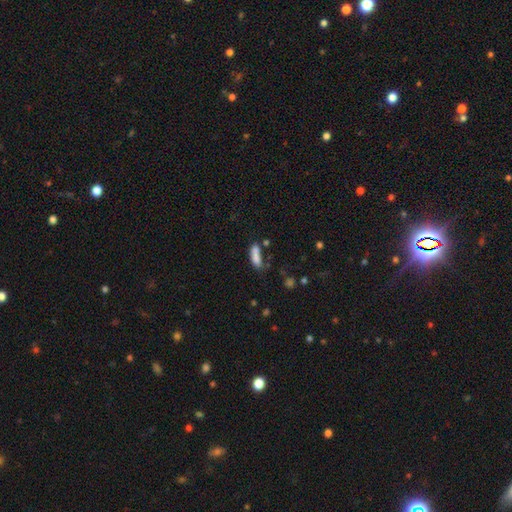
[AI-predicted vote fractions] Morphology: type=smooth (78%); roundness=in between (56%); merging=none (42%).